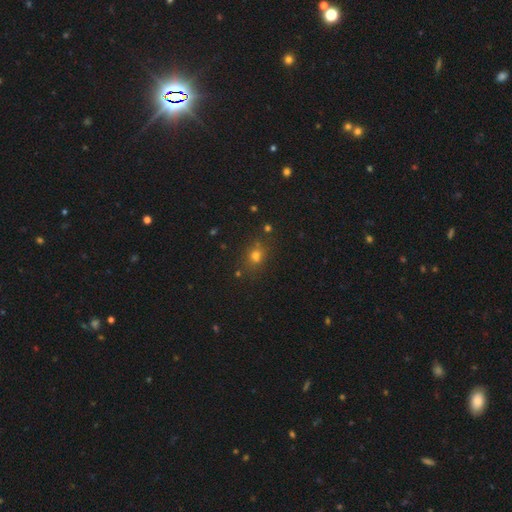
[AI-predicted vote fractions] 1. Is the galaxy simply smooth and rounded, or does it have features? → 68% smooth, 23% star or artifact, 10% featured or disk.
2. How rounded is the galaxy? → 62% round, 36% in between, 2% cigar-shaped.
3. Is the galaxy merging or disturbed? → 76% none, 13% minor disturbance, 7% merger, 4% major disturbance.